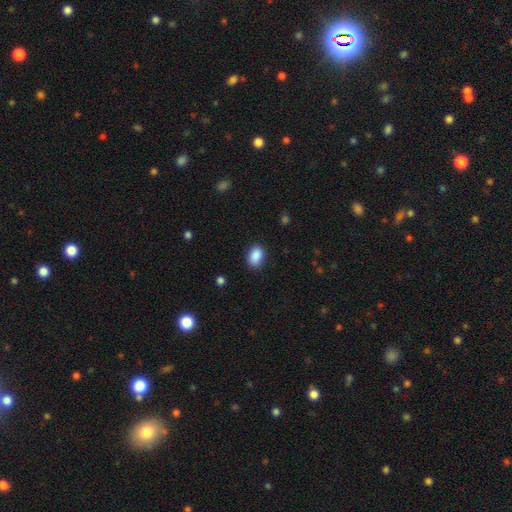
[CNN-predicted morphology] This appears to be a smooth galaxy with no disk features (89%) that is in between round and cigar-shaped (83%). Merging: none (85%).